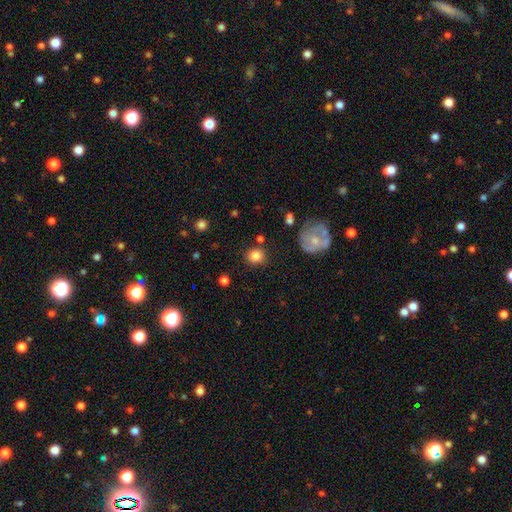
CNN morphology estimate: Q: Smooth or featured?
A: smooth (83%); runner-up: star or artifact (10%)
Q: How rounded?
A: round (85%); runner-up: in between (14%)
Q: Merging?
A: none (81%); runner-up: minor disturbance (10%)